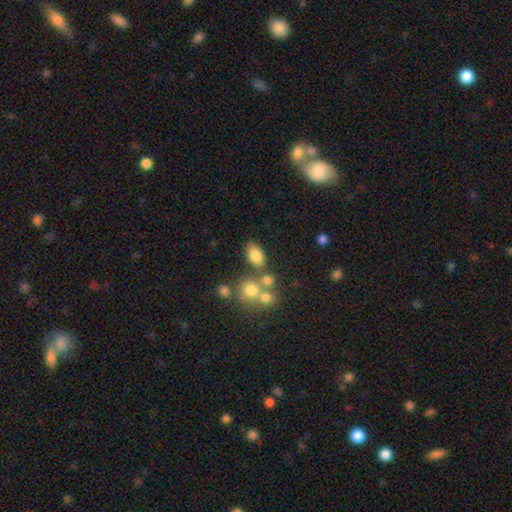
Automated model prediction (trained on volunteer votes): This appears to be a smooth galaxy with no disk features (79%) that is in between round and cigar-shaped (85%). Merging: none (65%).